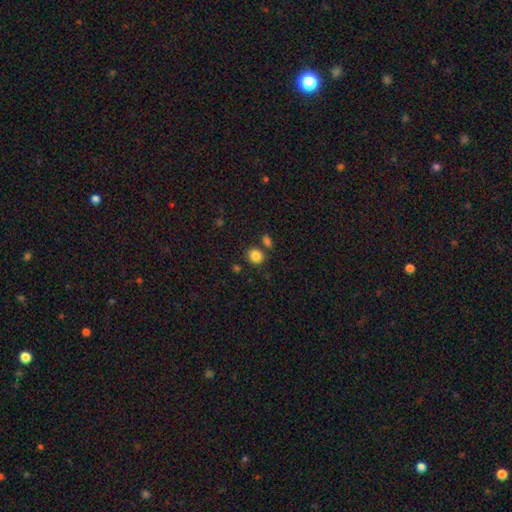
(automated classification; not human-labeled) The model was most divided on "how rounded": round: 76%, in between: 23%, cigar-shaped: 1%. More confident: smooth or featured — smooth (85%); merging — none (75%).